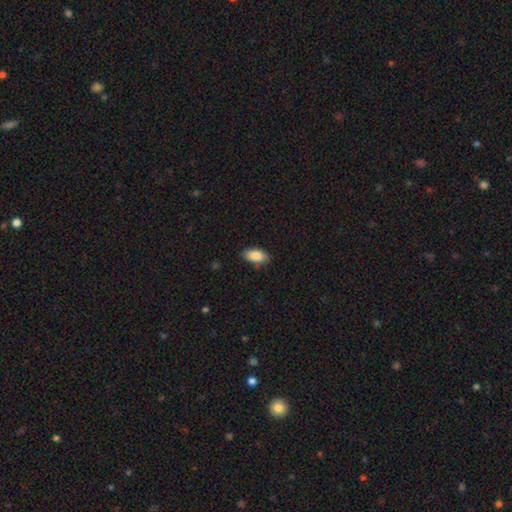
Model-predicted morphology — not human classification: This appears to be a smooth galaxy with no disk features (88%) that is in between round and cigar-shaped (92%). Merging: none (81%).